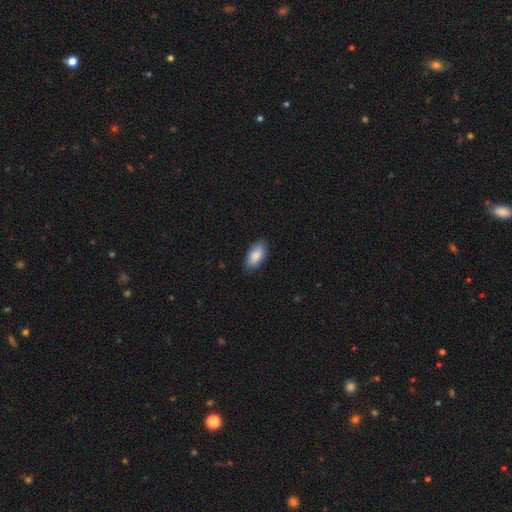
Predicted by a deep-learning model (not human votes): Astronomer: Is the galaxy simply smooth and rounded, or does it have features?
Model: smooth — 88%.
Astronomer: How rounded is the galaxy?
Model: in between — 93%.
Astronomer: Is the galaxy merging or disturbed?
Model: none — 84%.